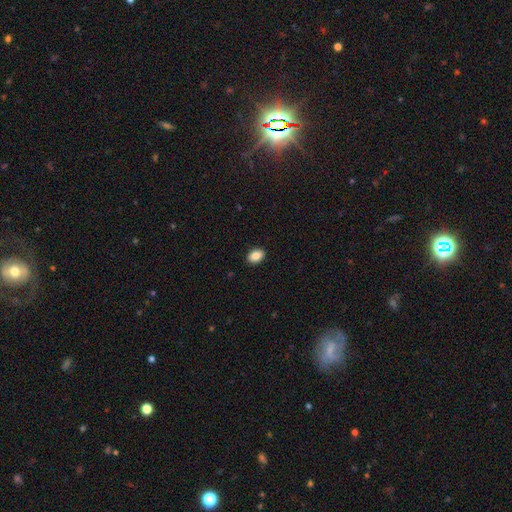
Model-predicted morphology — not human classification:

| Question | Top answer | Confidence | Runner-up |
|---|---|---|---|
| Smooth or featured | smooth | 88% | star or artifact (8%) |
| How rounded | in between | 84% | round (15%) |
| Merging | none | 90% | minor disturbance (7%) |